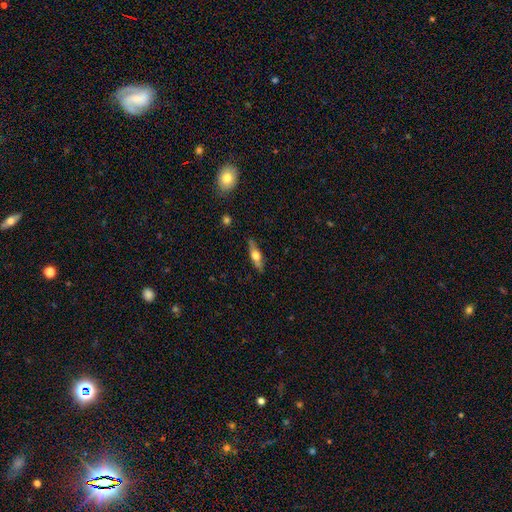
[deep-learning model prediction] A featured or disk galaxy (56%) viewed edge-on (92%) with a rounded central bulge (92%). Merging: none (85%).